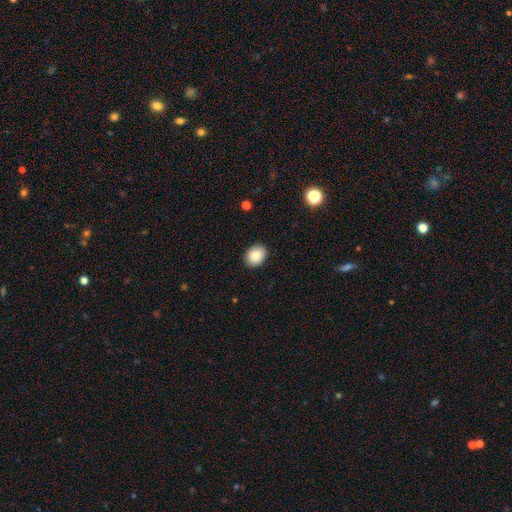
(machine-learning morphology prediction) Smooth or featured: smooth — 87% (star or artifact — 8%)
How rounded: in between — 56% (round — 43%)
Merging: none — 90% (minor disturbance — 7%)